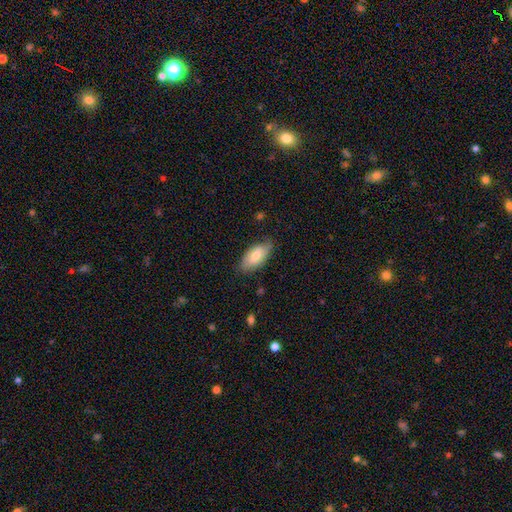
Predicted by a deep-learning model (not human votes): Smooth or featured? smooth (67%)
How rounded? in between (91%)
Merging? none (73%)